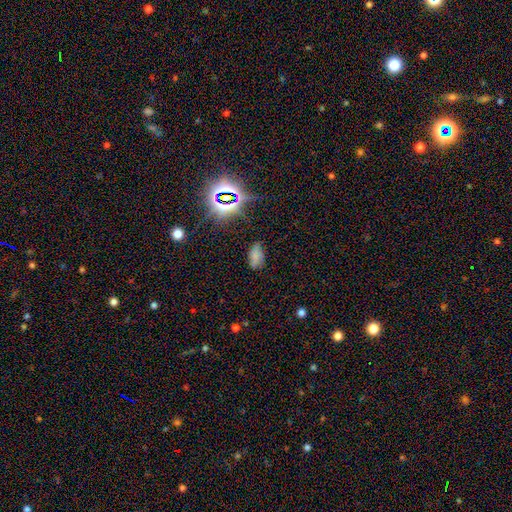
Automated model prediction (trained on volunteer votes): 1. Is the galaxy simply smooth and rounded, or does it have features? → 62% smooth, 24% star or artifact, 14% featured or disk.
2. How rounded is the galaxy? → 91% in between, 5% round, 4% cigar-shaped.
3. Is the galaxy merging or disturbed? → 68% none, 23% minor disturbance, 7% major disturbance, 3% merger.